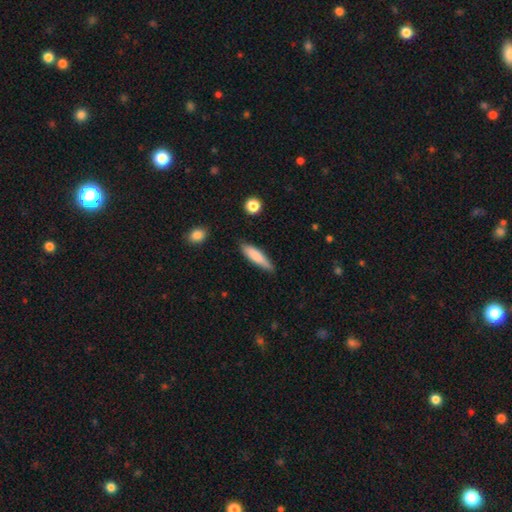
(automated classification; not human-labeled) This is likely a smooth galaxy (79%). How rounded: likely cigar-shaped (75%). Merging: likely none (79%).